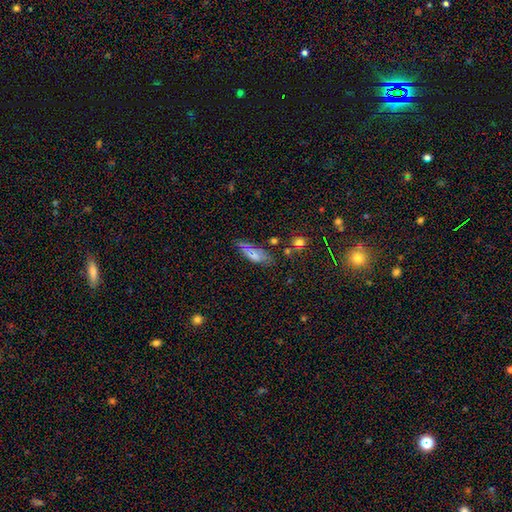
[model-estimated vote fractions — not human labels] Smooth or featured? Predicted: smooth (p=0.49). Merging? Predicted: none (p=0.62).